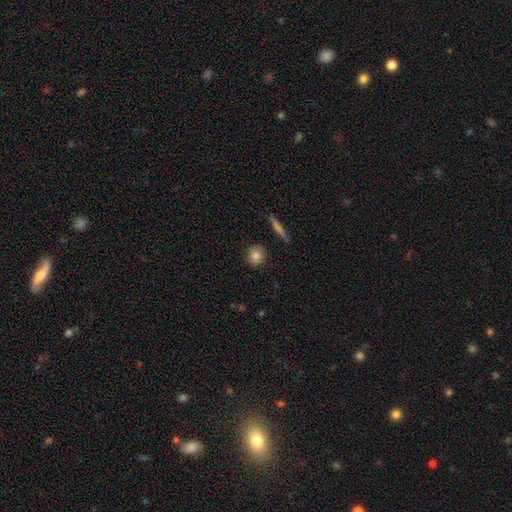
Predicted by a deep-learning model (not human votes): Smooth or featured?
  - smooth: 83% *
  - featured or disk: 9%
  - star or artifact: 8%
How rounded?
  - round: 84% *
  - in between: 14%
  - cigar-shaped: 2%
Merging?
  - none: 88% *
  - minor disturbance: 8%
  - major disturbance: 2%
  - merger: 2%